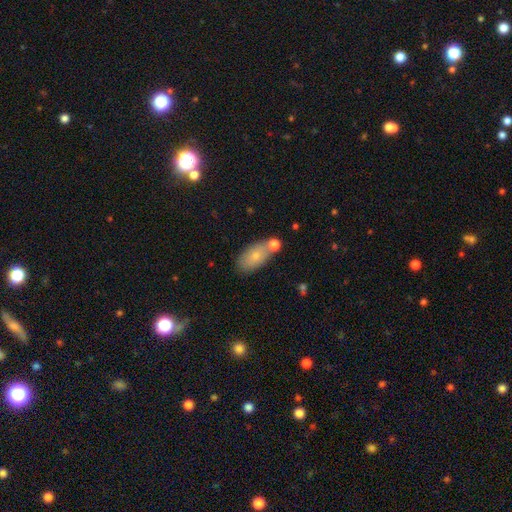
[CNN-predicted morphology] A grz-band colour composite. It shows a smooth galaxy with no disk features (74%) that is in between round and cigar-shaped (89%). Merging: none (61%).